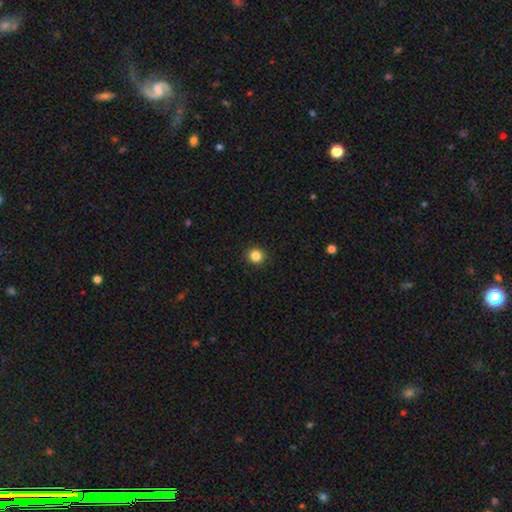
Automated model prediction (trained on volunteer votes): Smooth or featured? smooth (85%)
How rounded? round (91%)
Merging? none (92%)